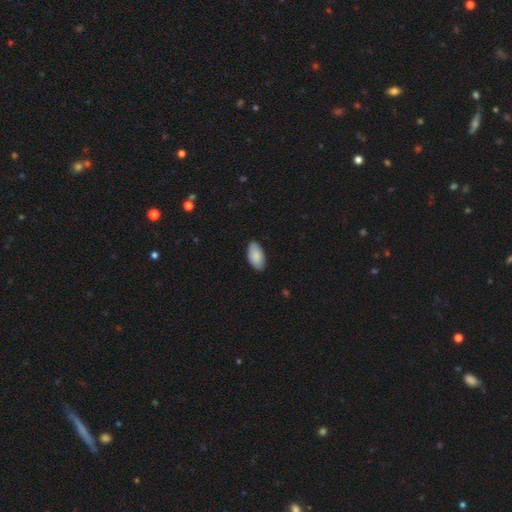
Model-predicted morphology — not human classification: A smooth galaxy with no disk features (88%) that is in between round and cigar-shaped (96%). Merging: none (85%).